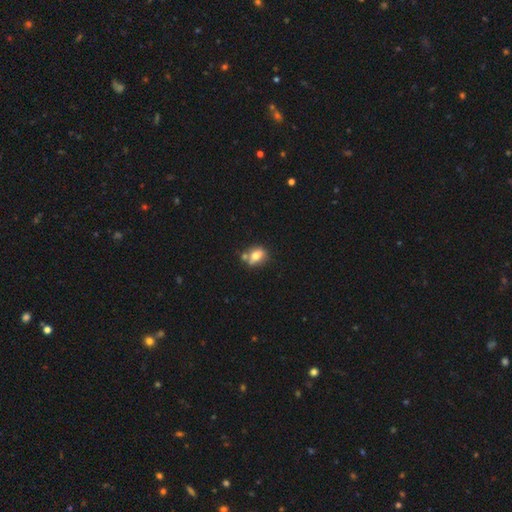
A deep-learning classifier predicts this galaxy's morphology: A smooth galaxy with no disk features (69%) that is in between round and cigar-shaped (64%). Merging: none (53%).